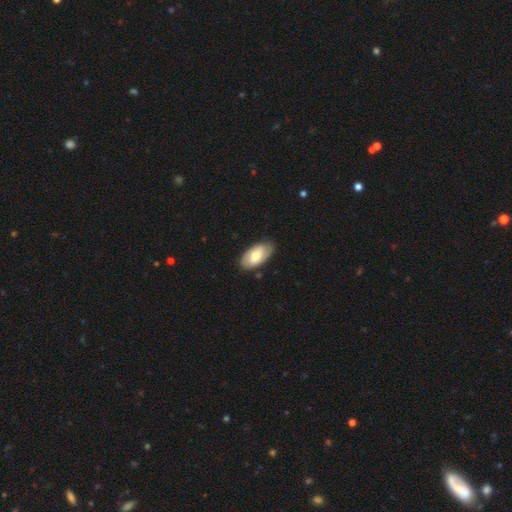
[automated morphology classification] Smooth or featured? Predicted: smooth (p=0.55). How rounded? Predicted: in between (p=0.94). Merging? Predicted: none (p=0.82).